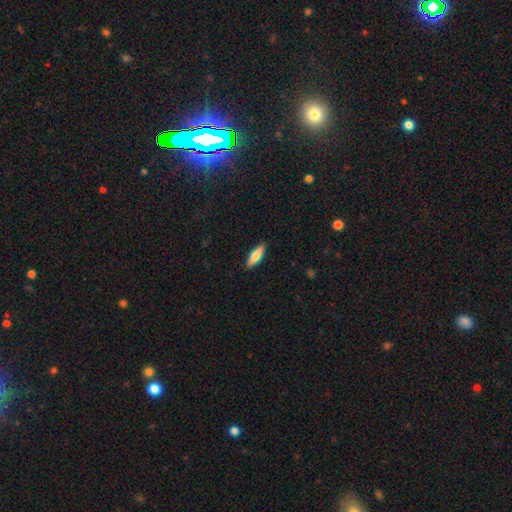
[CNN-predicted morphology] This is likely a smooth galaxy (74%). How rounded: possibly in between (54%). Merging: clearly none (89%).